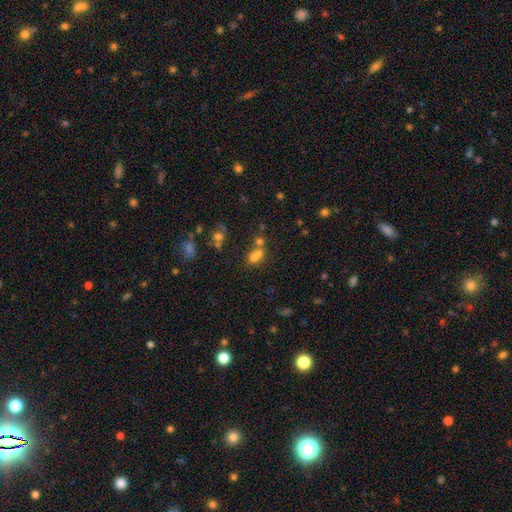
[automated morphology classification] smooth_or_featured: smooth (p=0.65) [alt: star or artifact p=0.19]
how_rounded: round (p=0.57) [alt: in between p=0.41]
merging: merger (p=0.57) [alt: none p=0.31]